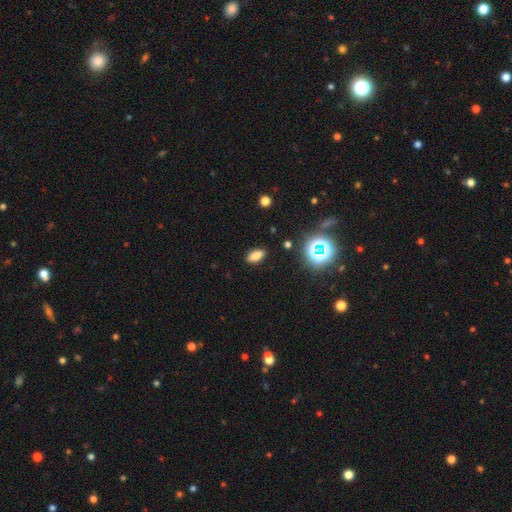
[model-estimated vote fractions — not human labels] smooth 76%, star or artifact 17%, featured or disk 8%. Down the decision tree: how rounded — in between (84%); merging — none (88%).